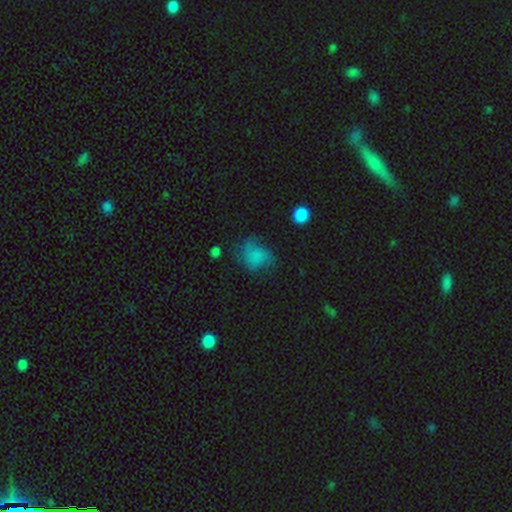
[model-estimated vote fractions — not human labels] Smooth or featured? Predicted: smooth (p=0.63). How rounded? Predicted: in between (p=0.51). Merging? Predicted: none (p=0.44).